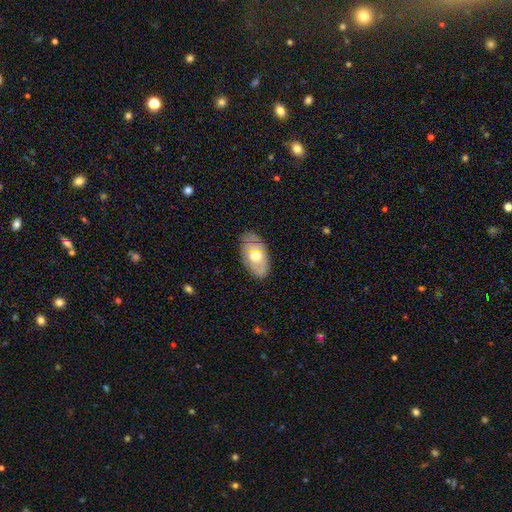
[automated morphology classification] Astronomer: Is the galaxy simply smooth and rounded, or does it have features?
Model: smooth — 54% (runner-up: featured or disk, 39%).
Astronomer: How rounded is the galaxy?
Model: in between — 92%.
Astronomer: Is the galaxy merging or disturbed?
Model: none — 76%.